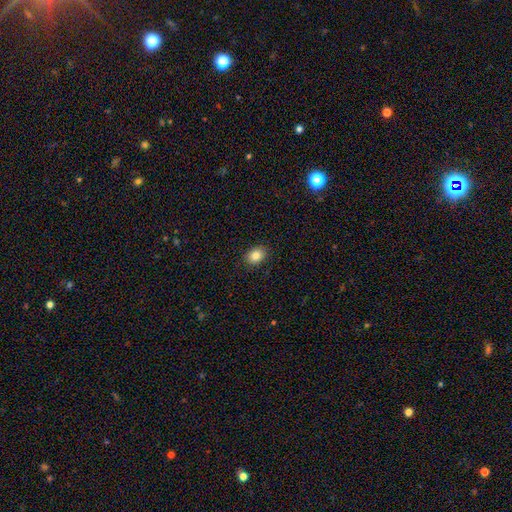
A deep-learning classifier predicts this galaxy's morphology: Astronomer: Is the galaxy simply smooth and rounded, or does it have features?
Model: smooth — 85%.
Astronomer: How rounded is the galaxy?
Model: in between — 69%.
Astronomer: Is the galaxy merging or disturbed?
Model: none — 89%.